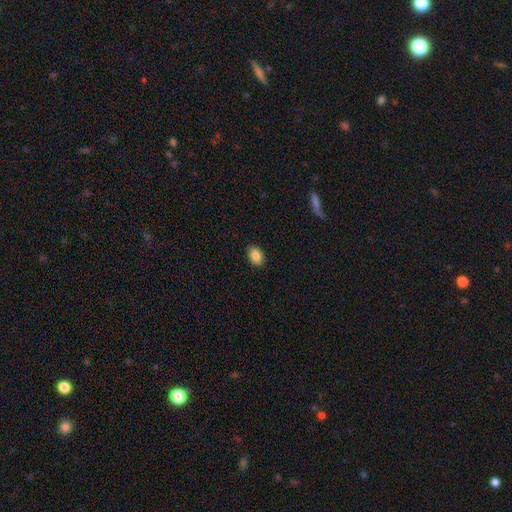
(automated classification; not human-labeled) Smooth or featured? smooth (87%)
How rounded? in between (86%)
Merging? none (88%)